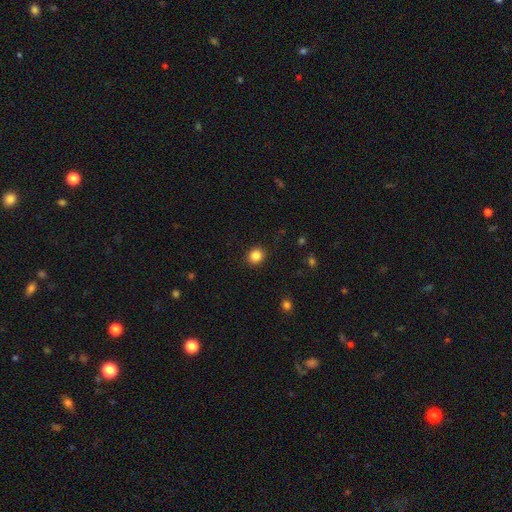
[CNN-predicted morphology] Smooth or featured? Predicted: smooth (p=0.85). How rounded? Predicted: round (p=0.81). Merging? Predicted: none (p=0.91).